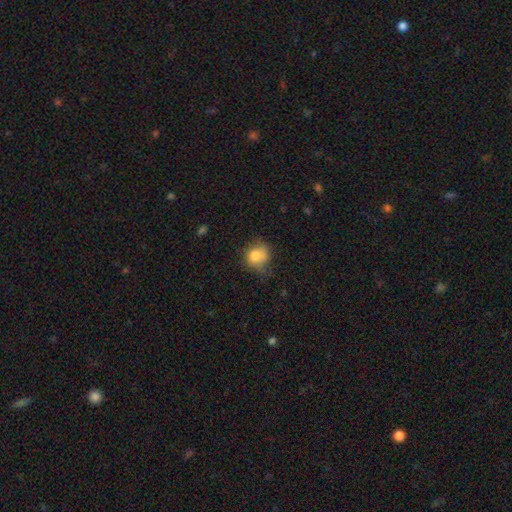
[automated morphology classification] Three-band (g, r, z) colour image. It shows a smooth galaxy with no disk features (80%) that is round (74%). Merging: none (54%).